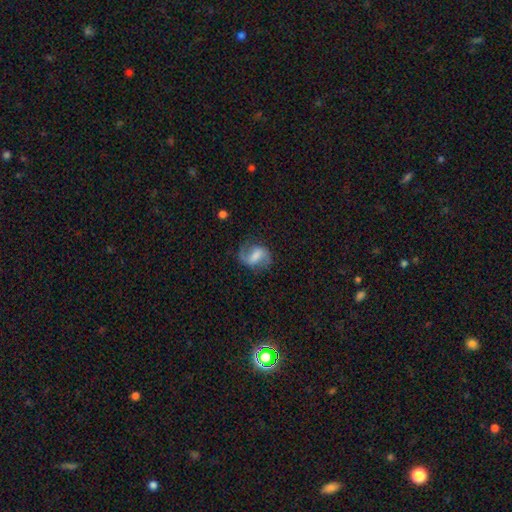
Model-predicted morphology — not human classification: Smooth or featured?
  - featured or disk: 70% *
  - smooth: 22%
  - star or artifact: 7%
Edge-on disk?
  - no: 97% *
  - yes: 3%
Bar?
  - weak: 46% *
  - strong: 34%
  - no: 20%
Spiral arms?
  - yes: 92% *
  - no: 8%
Spiral winding?
  - loose: 48% *
  - medium: 41%
  - tight: 11%
Spiral arm count?
  - 2: 84% *
  - 1: 9%
  - can't tell: 4%
  - 3: 1%
  - 4: 1%
  - more than 4: 1%
Bulge size?
  - moderate: 36% *
  - small: 28%
  - none: 19%
  - large: 14%
  - dominant: 2%
Merging?
  - none: 68% *
  - minor disturbance: 19%
  - major disturbance: 11%
  - merger: 2%